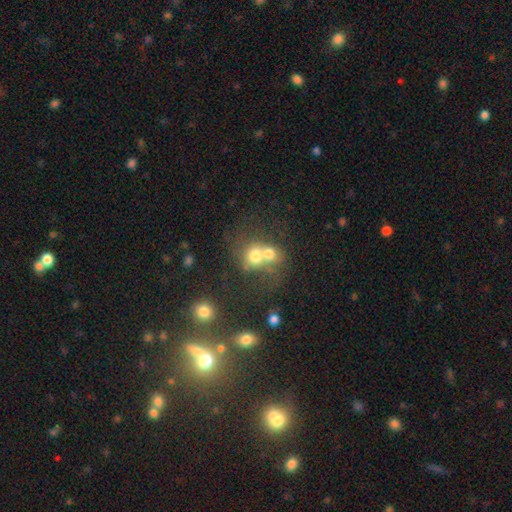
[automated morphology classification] A smooth galaxy with no disk features (65%) that is round (71%).

Vote fractions:
- Smooth or featured? smooth: 65% / featured or disk: 22% / star or artifact: 13%
- How rounded? round: 71% / in between: 28% / cigar-shaped: 1%
- Merging? merger: 67% / none: 21% / minor disturbance: 6% / major disturbance: 5%